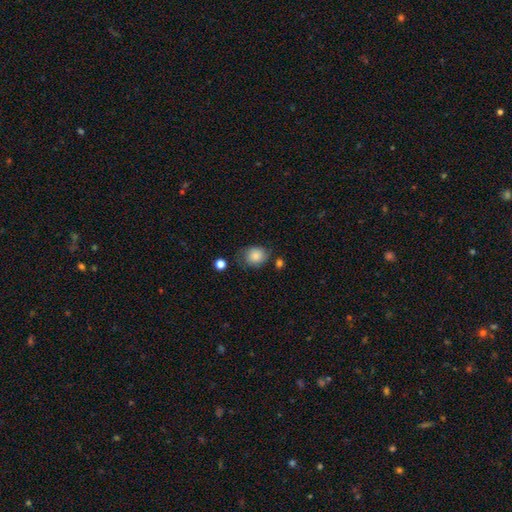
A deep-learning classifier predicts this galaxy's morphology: smooth 82%, featured or disk 10%, star or artifact 8%. Down the decision tree: how rounded — round (60%); merging — none (59%).